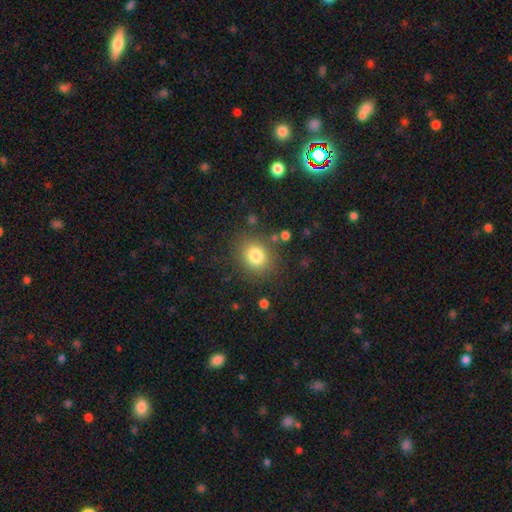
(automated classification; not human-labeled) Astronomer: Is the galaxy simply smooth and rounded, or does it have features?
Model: smooth — 81%.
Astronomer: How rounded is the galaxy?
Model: round — 72%.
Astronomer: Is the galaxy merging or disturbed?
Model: none — 83%.